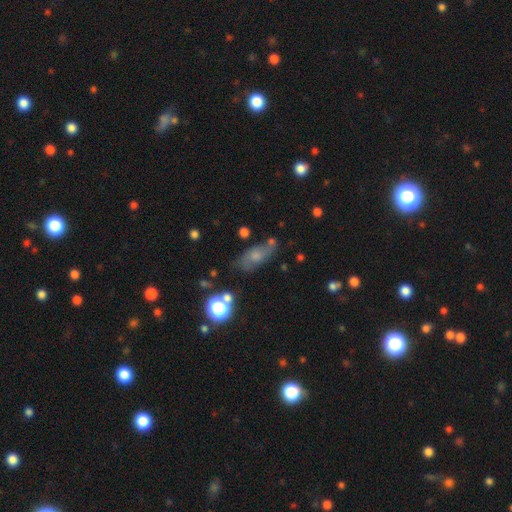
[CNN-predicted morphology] type=smooth (52%); roundness=in between (77%); merging=none (58%).